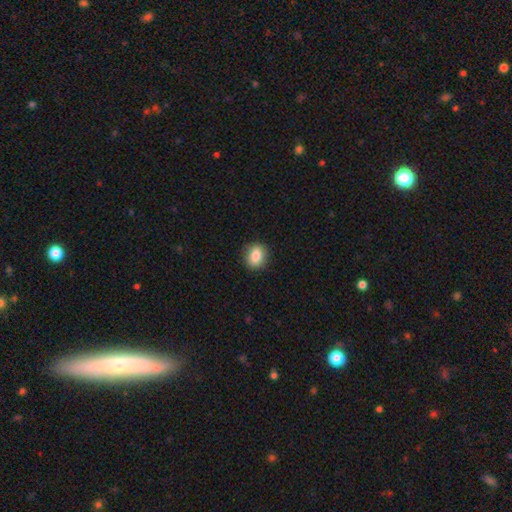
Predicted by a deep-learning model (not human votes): A smooth galaxy with no disk features (85%) that is round (57%).

Vote fractions:
- Smooth or featured? smooth: 85% / star or artifact: 8% / featured or disk: 7%
- How rounded? round: 57% / in between: 42% / cigar-shaped: 1%
- Merging? none: 88% / minor disturbance: 9% / major disturbance: 2% / merger: 1%